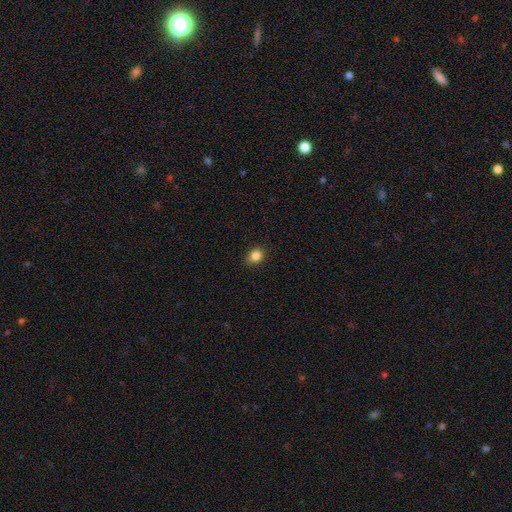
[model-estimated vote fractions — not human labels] smooth-or-featured: smooth: 85% | star or artifact: 10% | featured or disk: 5%
  how-rounded: round: 51% | in between: 48% | cigar-shaped: 1%
  merging: none: 87% | minor disturbance: 10% | major disturbance: 2% | merger: 1%